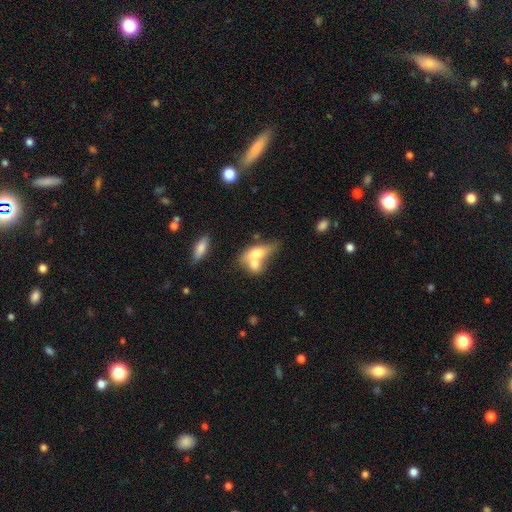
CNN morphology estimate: smooth 65%, featured or disk 27%, star or artifact 8%. Down the decision tree: how rounded — in between (73%); merging — merger (69%).